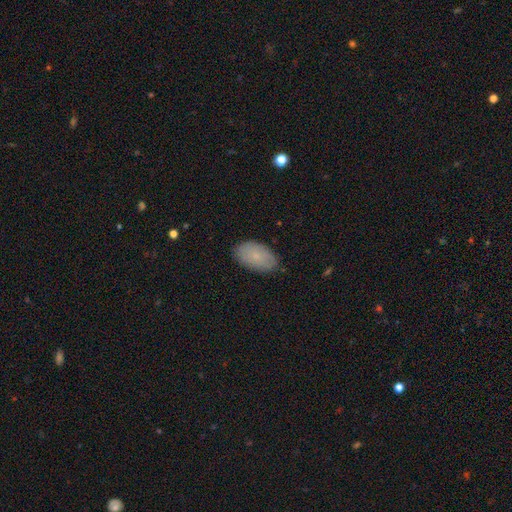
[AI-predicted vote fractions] Overall: smooth (73%). How rounded: in between (93%). Merging: none (83%).